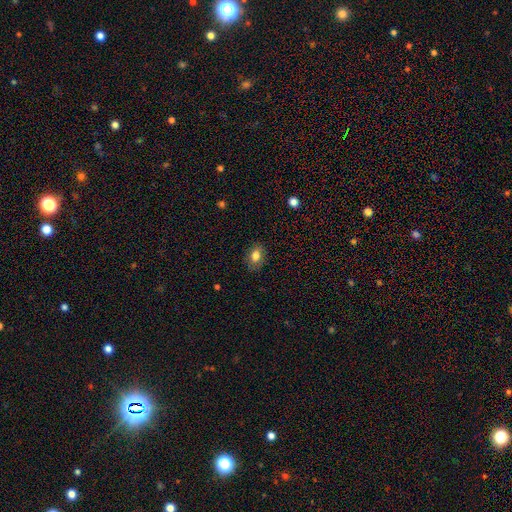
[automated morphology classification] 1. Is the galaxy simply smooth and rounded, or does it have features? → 81% smooth, 10% featured or disk, 9% star or artifact.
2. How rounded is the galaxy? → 76% in between, 23% round, 1% cigar-shaped.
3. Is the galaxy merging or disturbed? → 84% none, 12% minor disturbance, 3% major disturbance, 1% merger.